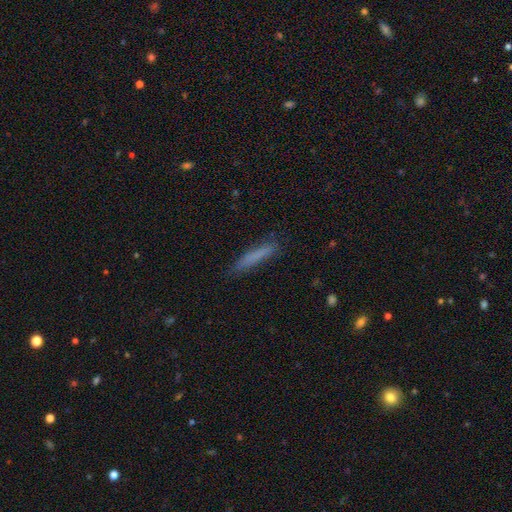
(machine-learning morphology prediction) Smooth or featured? Predicted: smooth (p=0.77). How rounded? Predicted: cigar-shaped (p=0.92). Merging? Predicted: none (p=0.82).